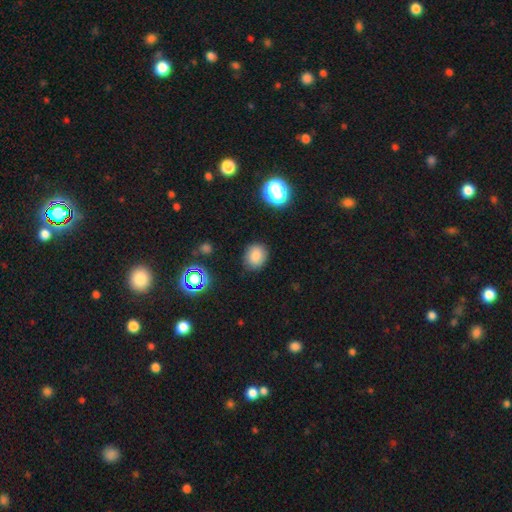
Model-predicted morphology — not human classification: smooth-or-featured: smooth: 81% | star or artifact: 12% | featured or disk: 7%
  how-rounded: round: 65% | in between: 34% | cigar-shaped: 1%
  merging: none: 83% | minor disturbance: 13% | major disturbance: 3% | merger: 2%